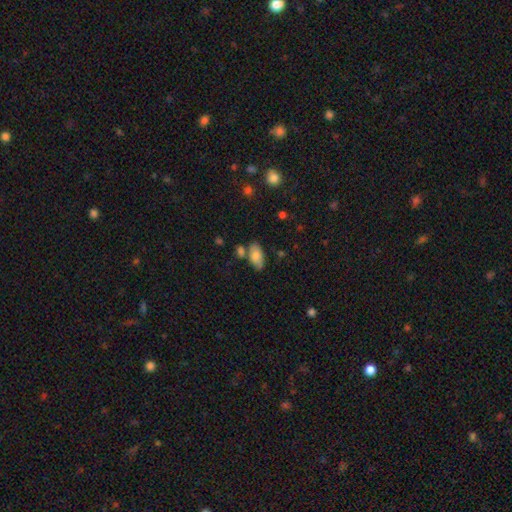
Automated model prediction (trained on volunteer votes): Smooth or featured: smooth — 79% (featured or disk — 14%)
How rounded: in between — 92% (cigar-shaped — 5%)
Merging: none — 65% (minor disturbance — 17%)